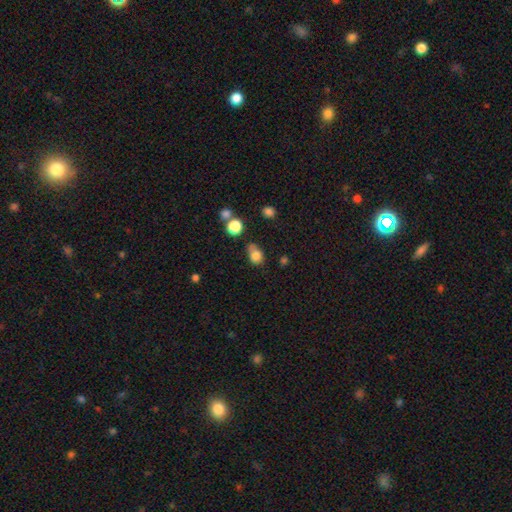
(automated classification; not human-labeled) Q: Smooth or featured?
A: smooth (80%); runner-up: star or artifact (12%)
Q: How rounded?
A: round (50%); runner-up: in between (49%)
Q: Merging?
A: none (48%); runner-up: minor disturbance (29%)